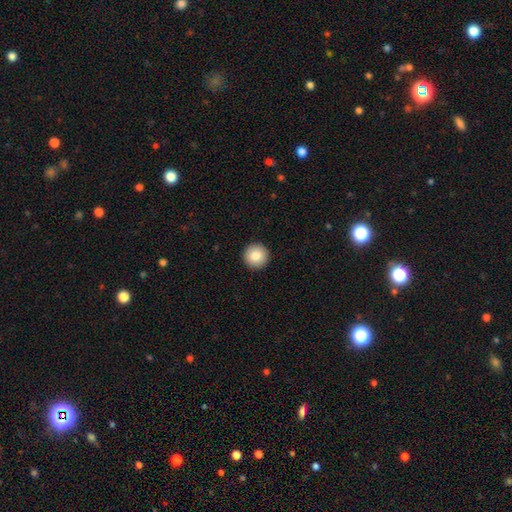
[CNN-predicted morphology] smooth-or-featured: smooth: 86% | star or artifact: 8% | featured or disk: 7%
  how-rounded: round: 96% | in between: 3% | cigar-shaped: 1%
  merging: none: 94% | minor disturbance: 4% | major disturbance: 1% | merger: 1%